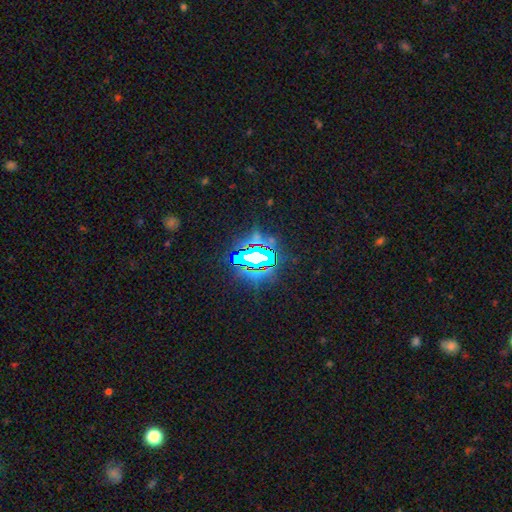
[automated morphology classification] star or artifact 76%, smooth 12%, featured or disk 12%.